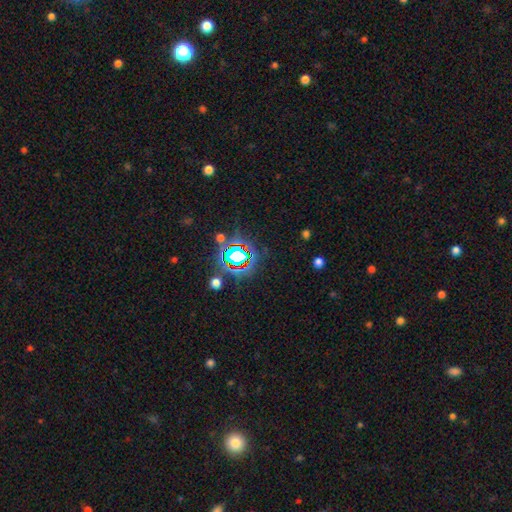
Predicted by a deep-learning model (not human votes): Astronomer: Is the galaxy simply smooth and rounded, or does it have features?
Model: star or artifact — 77%.